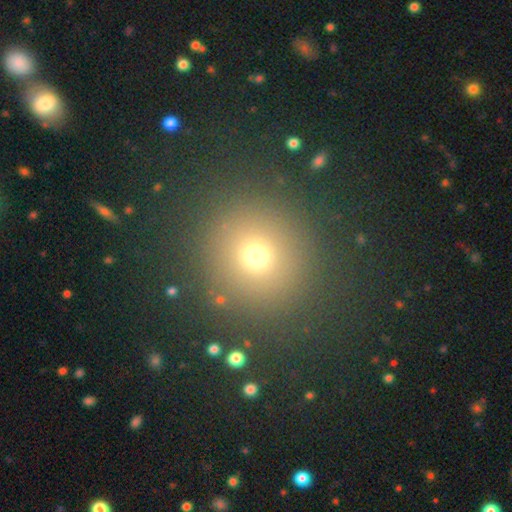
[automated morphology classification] Smooth or featured?
  - smooth: 68% *
  - star or artifact: 23%
  - featured or disk: 9%
How rounded?
  - round: 92% *
  - in between: 7%
  - cigar-shaped: 1%
Merging?
  - none: 88% *
  - minor disturbance: 6%
  - major disturbance: 4%
  - merger: 2%